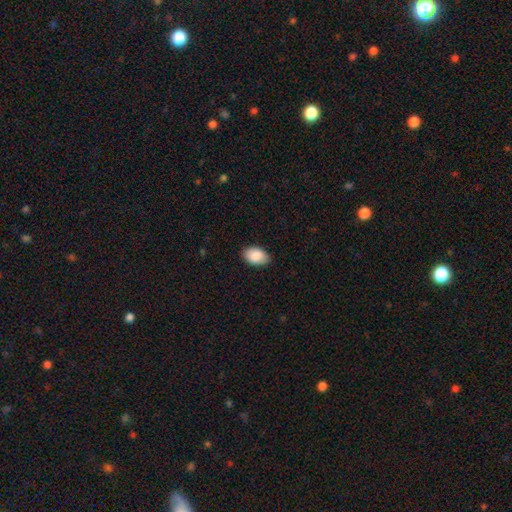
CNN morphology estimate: smooth 88%, star or artifact 6%, featured or disk 6%. Down the decision tree: how rounded — in between (91%); merging — none (87%).